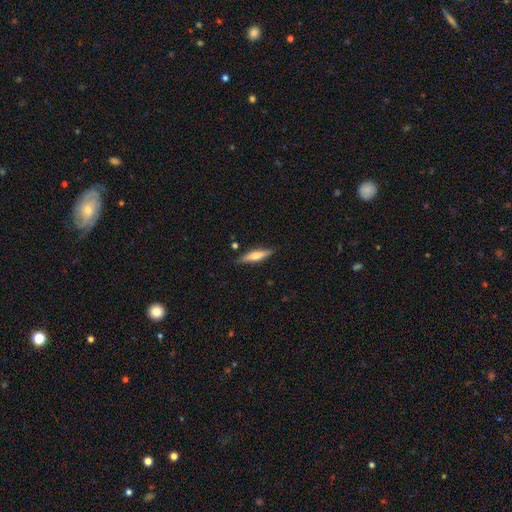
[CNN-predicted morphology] A smooth galaxy with no disk features (48%). Merging: none (83%).